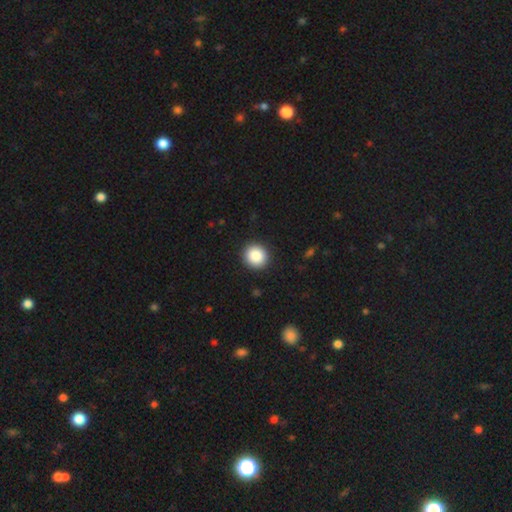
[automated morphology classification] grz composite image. It shows a smooth galaxy with no disk features (87%) that is round (92%). Merging: none (92%).